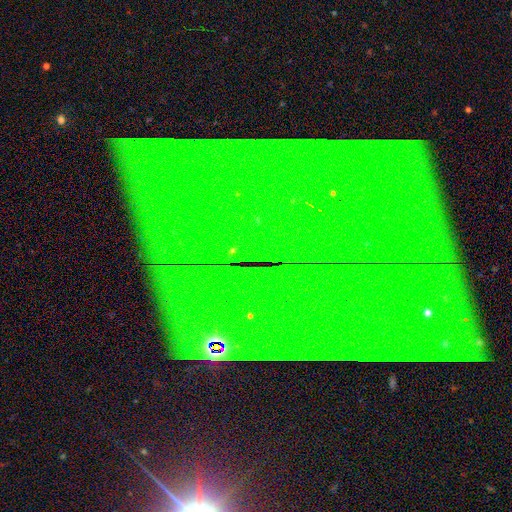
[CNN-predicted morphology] smooth_or_featured: star or artifact (p=0.84) [alt: featured or disk p=0.09]